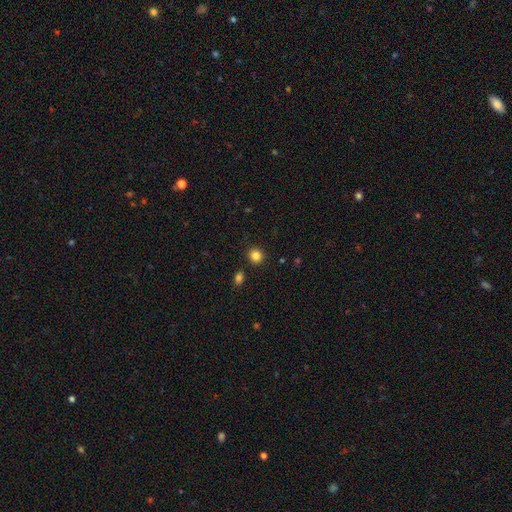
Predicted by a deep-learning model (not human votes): Smooth or featured: smooth — 84% (star or artifact — 12%)
How rounded: round — 90% (in between — 9%)
Merging: none — 89% (minor disturbance — 6%)